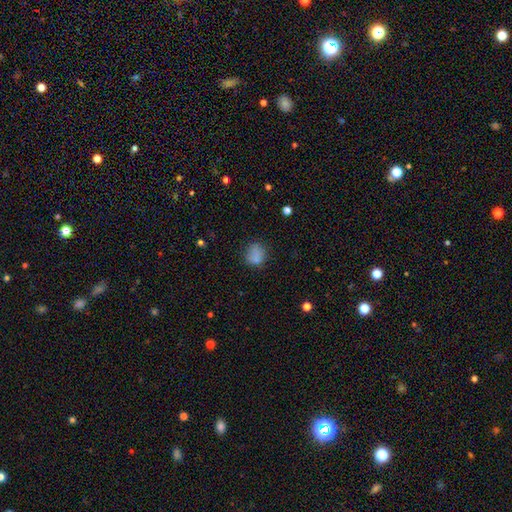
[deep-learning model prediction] This appears to be a smooth galaxy with no disk features (81%) that is round (64%). Merging: none (69%).